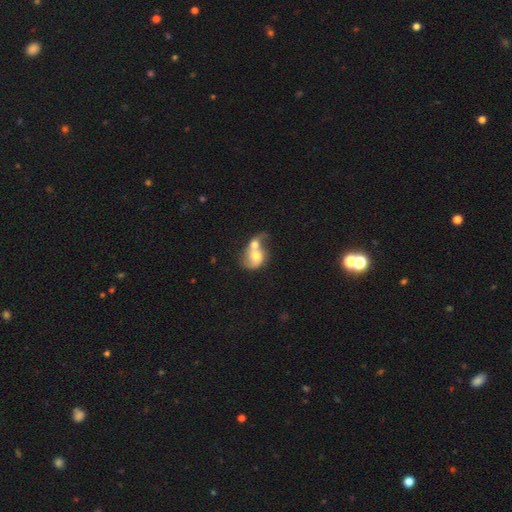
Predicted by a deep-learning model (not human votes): This is possibly a smooth galaxy (48%). Merging: likely merger (79%).